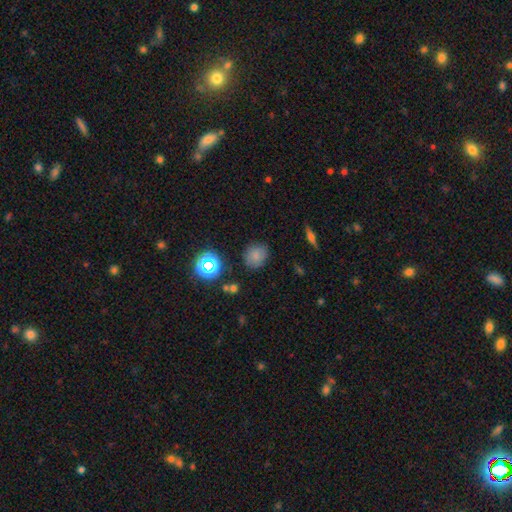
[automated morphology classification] smooth_or_featured: smooth (p=0.75) [alt: star or artifact p=0.17]
how_rounded: round (p=0.74) [alt: in between p=0.25]
merging: none (p=0.81) [alt: minor disturbance p=0.13]